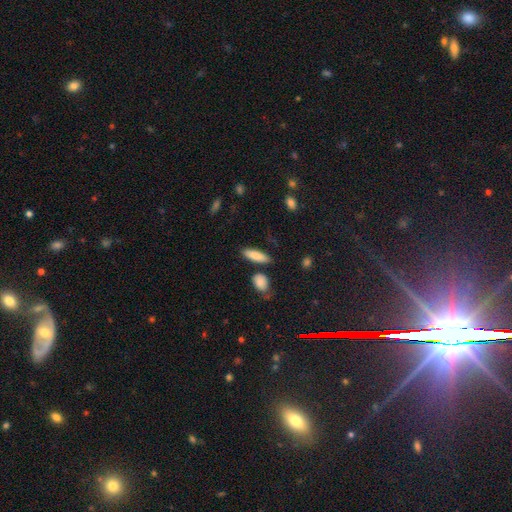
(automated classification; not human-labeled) Smooth or featured? smooth (81%)
How rounded? cigar-shaped (50%)
Merging? none (77%)